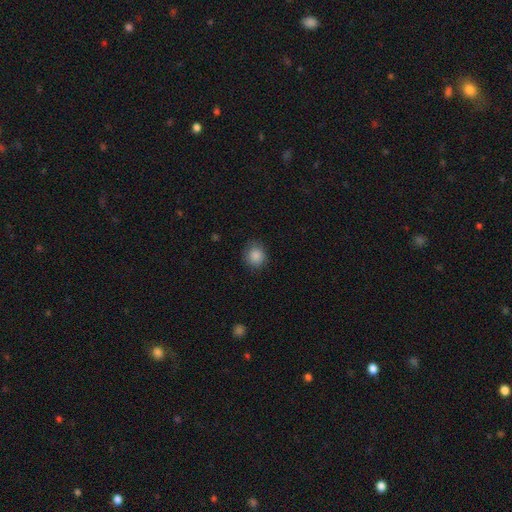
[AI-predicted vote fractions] Morphology: type=smooth (87%); roundness=round (85%); merging=none (85%).